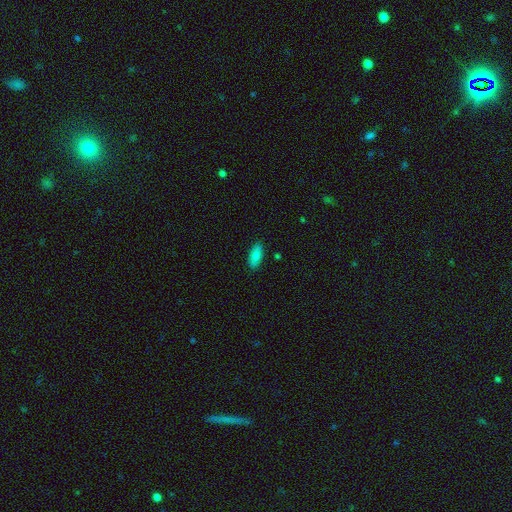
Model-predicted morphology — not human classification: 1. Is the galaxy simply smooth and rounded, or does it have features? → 79% smooth, 13% featured or disk, 7% star or artifact.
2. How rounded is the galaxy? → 84% in between, 14% cigar-shaped, 2% round.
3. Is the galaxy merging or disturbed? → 88% none, 9% minor disturbance, 2% major disturbance, 1% merger.